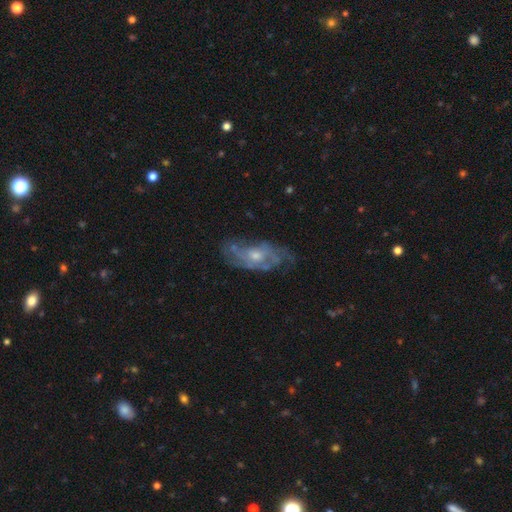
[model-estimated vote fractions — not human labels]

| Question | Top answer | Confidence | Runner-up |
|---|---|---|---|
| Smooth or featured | featured or disk | 77% | smooth (16%) |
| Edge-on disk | no | 92% | yes (8%) |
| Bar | no | 73% | weak (23%) |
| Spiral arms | yes | 83% | no (17%) |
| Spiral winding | medium | 42% | tight (38%) |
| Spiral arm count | can't tell | 40% | 2 (27%) |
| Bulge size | moderate | 53% | small (40%) |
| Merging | none | 59% | minor disturbance (24%) |